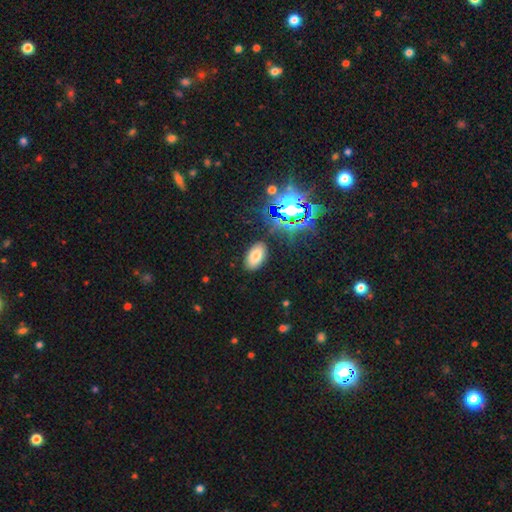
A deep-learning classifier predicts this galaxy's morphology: smooth-or-featured: smooth: 69% | star or artifact: 21% | featured or disk: 10%
  how-rounded: in between: 92% | round: 6% | cigar-shaped: 2%
  merging: none: 87% | minor disturbance: 8% | major disturbance: 3% | merger: 2%